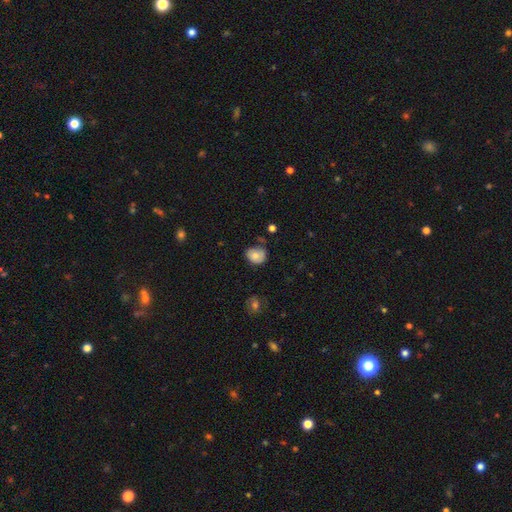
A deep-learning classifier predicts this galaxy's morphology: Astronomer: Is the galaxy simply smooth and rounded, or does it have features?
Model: smooth — 75%.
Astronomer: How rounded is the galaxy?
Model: round — 54% (runner-up: in between, 45%).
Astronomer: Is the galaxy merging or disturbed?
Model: none — 58%.